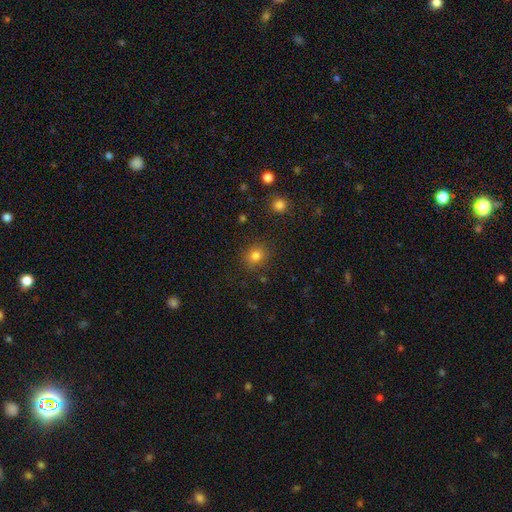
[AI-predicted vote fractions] Smooth or featured? Predicted: smooth (p=0.80). How rounded? Predicted: round (p=0.76). Merging? Predicted: none (p=0.86).